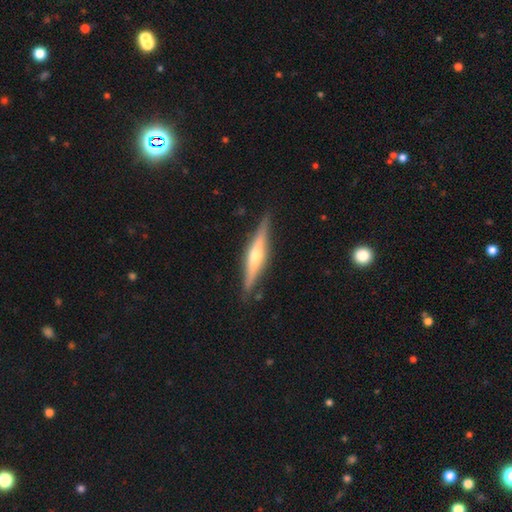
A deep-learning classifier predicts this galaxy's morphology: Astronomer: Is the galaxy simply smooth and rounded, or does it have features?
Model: featured or disk — 76%.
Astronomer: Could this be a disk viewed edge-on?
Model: yes — 97%.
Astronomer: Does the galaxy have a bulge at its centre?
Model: rounded — 85%.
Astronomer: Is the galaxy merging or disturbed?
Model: none — 88%.